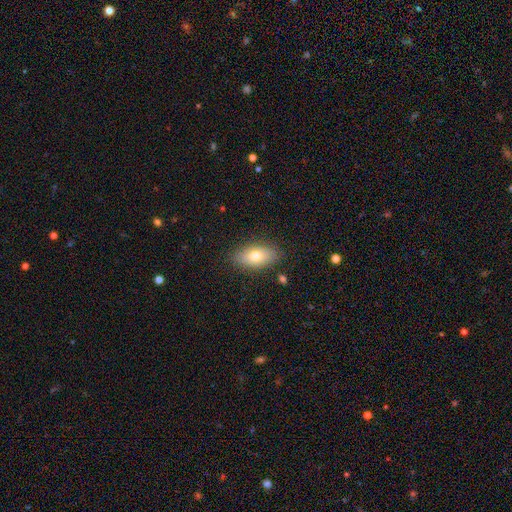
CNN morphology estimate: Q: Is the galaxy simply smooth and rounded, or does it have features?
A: smooth — 73%.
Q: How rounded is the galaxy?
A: in between — 89%.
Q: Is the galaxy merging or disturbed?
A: none — 85%.